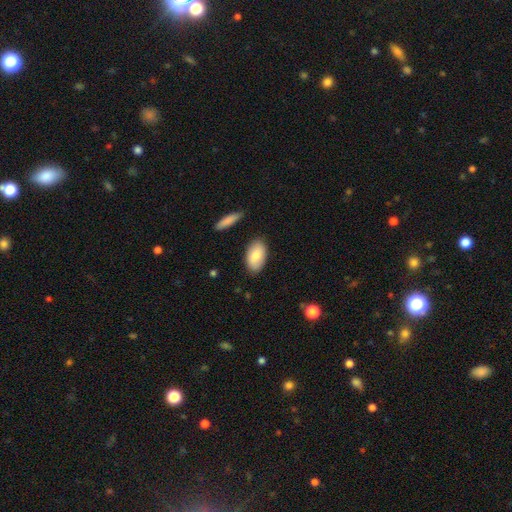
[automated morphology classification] The model was most divided on "smooth or featured": smooth: 79%, featured or disk: 15%, star or artifact: 6%. More confident: how rounded — in between (94%); merging — none (83%).